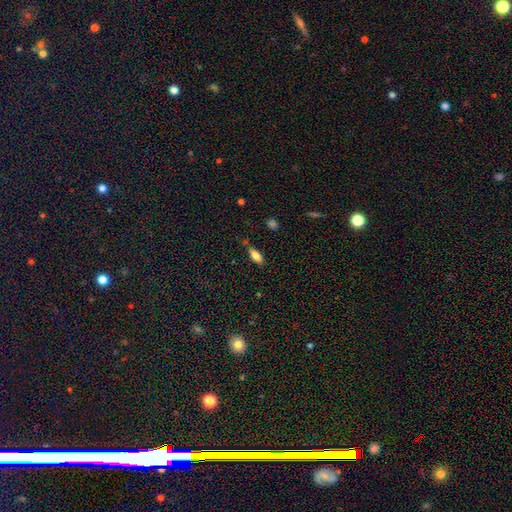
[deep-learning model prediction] Smooth or featured? Predicted: smooth (p=0.76). How rounded? Predicted: in between (p=0.79). Merging? Predicted: none (p=0.73).